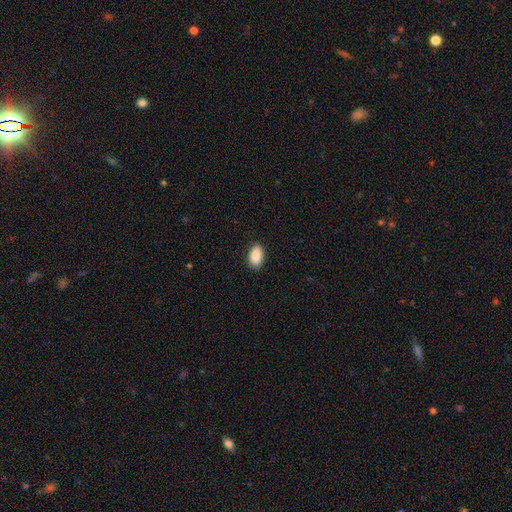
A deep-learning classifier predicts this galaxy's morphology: type=smooth (90%); roundness=in between (94%); merging=none (88%).